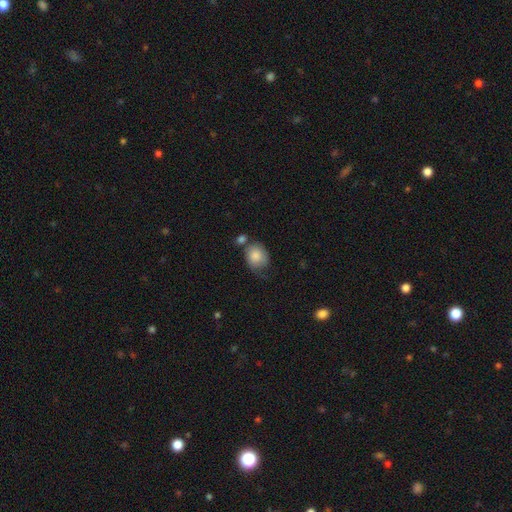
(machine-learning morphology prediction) Smooth or featured? Predicted: smooth (p=0.82). How rounded? Predicted: round (p=0.60). Merging? Predicted: none (p=0.47).